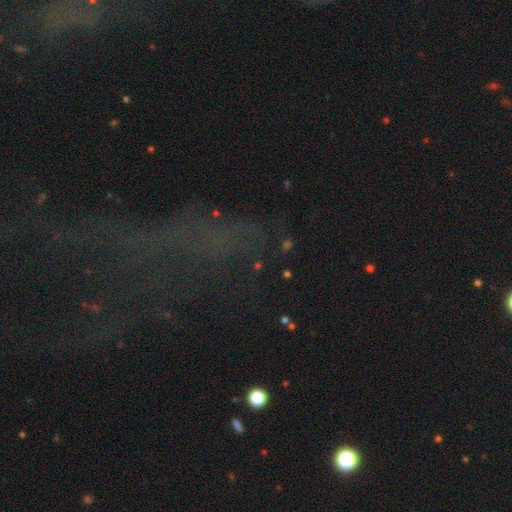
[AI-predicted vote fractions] The model was most divided on "smooth or featured": star or artifact: 64%, featured or disk: 19%, smooth: 17%.